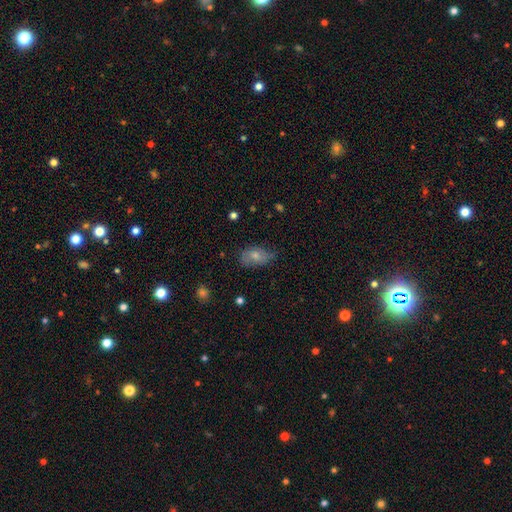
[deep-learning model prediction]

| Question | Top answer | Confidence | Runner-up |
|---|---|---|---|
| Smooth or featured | smooth | 64% | featured or disk (28%) |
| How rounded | in between | 87% | round (11%) |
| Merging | none | 56% | minor disturbance (32%) |